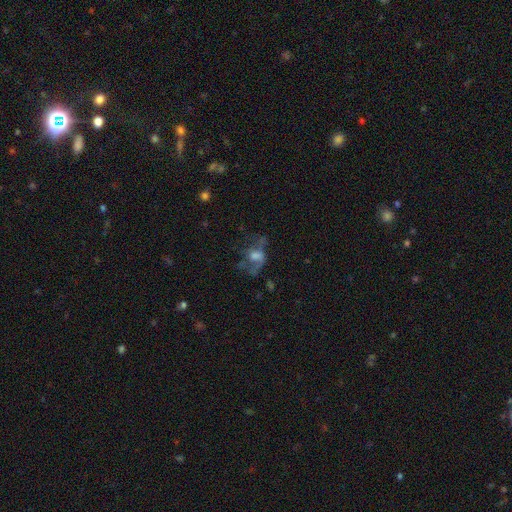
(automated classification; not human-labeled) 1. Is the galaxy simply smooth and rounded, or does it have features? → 48% featured or disk, 36% smooth, 16% star or artifact.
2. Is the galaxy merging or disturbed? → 47% major disturbance, 29% none, 16% minor disturbance, 7% merger.